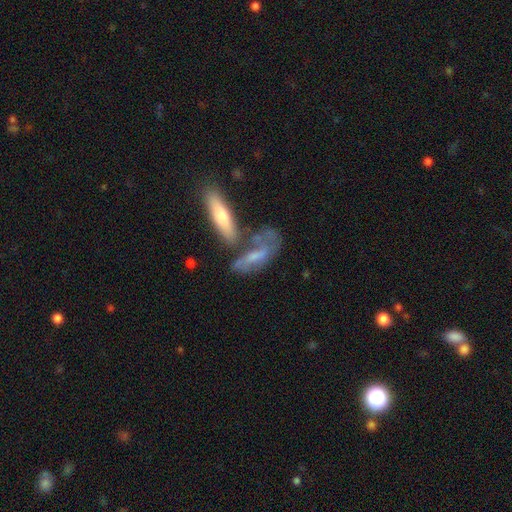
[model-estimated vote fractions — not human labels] A featured or disk galaxy (47%).

Vote fractions:
- Smooth or featured? featured or disk: 47% / smooth: 44% / star or artifact: 9%
- Merging? none: 36% / merger: 34% / minor disturbance: 17% / major disturbance: 14%